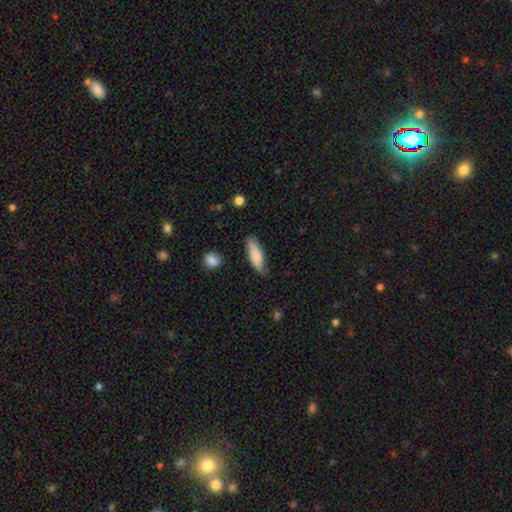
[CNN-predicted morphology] A smooth galaxy with no disk features (81%) that is in between round and cigar-shaped (62%). Merging: none (74%).